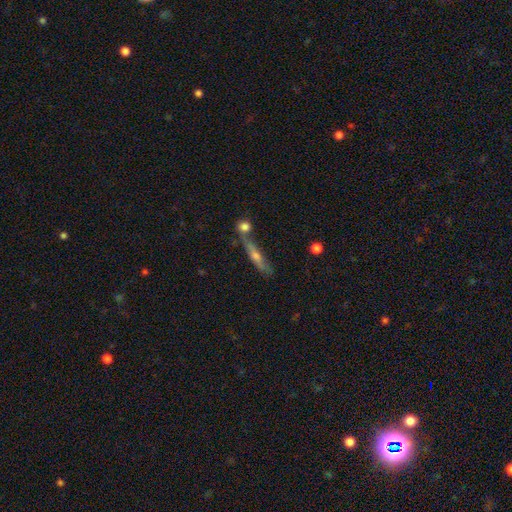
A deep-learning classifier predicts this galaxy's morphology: featured or disk 56%, smooth 35%, star or artifact 9%. Down the decision tree: edge-on disk — yes (84%); merging — none (57%).